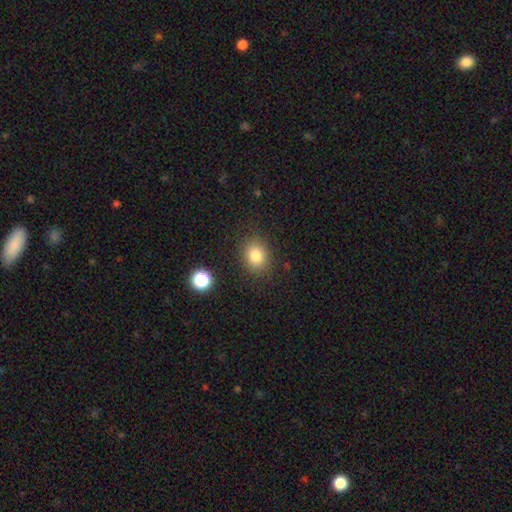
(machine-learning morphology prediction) This is clearly a smooth galaxy (82%). How rounded: possibly round (52%). Merging: clearly none (84%).